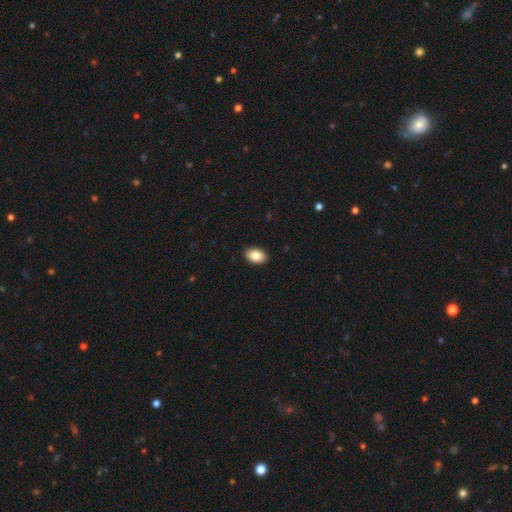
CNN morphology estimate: The model was most divided on "how rounded": in between: 87%, round: 12%, cigar-shaped: 1%. More confident: merging — none (91%); smooth or featured — smooth (86%).